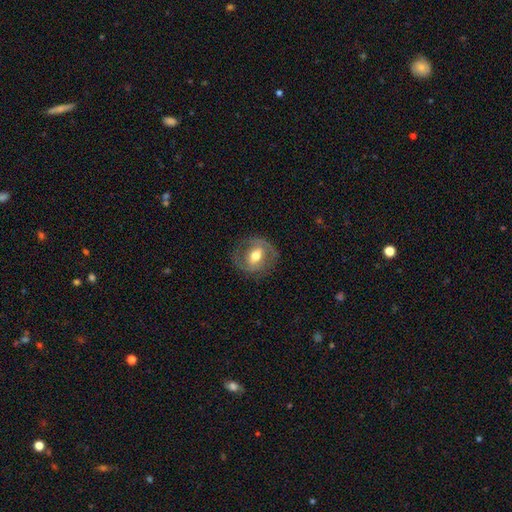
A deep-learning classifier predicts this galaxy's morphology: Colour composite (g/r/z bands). It shows a featured or disk galaxy (63%) with a weak bar (40%), spiral arms (62%) and a moderate central bulge (71%). Merging: none (76%).